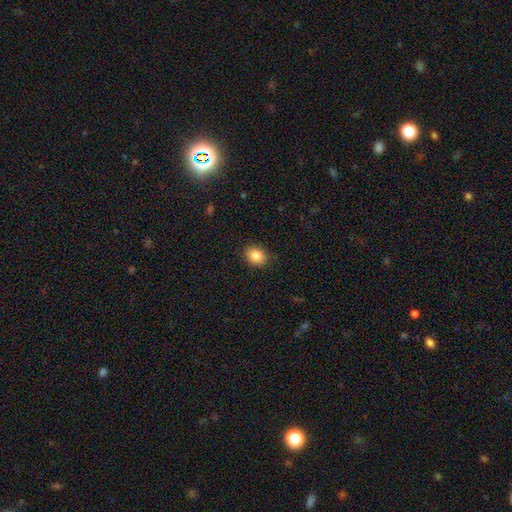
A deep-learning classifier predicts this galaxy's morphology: Smooth or featured? smooth (85%)
How rounded? in between (59%)
Merging? none (88%)